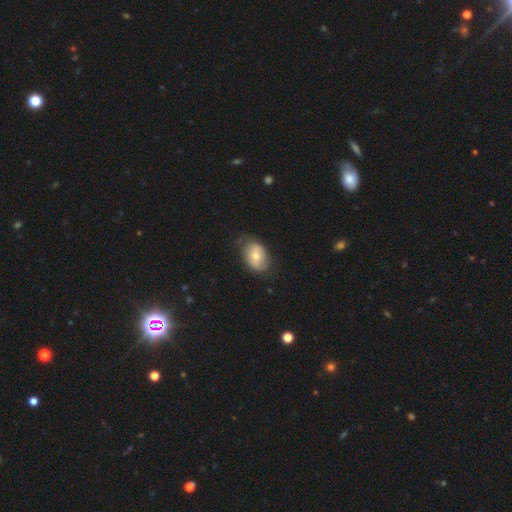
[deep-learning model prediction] Overall: smooth (63%; featured or disk 30%). How rounded: in between (78%). Merging: none (69%).